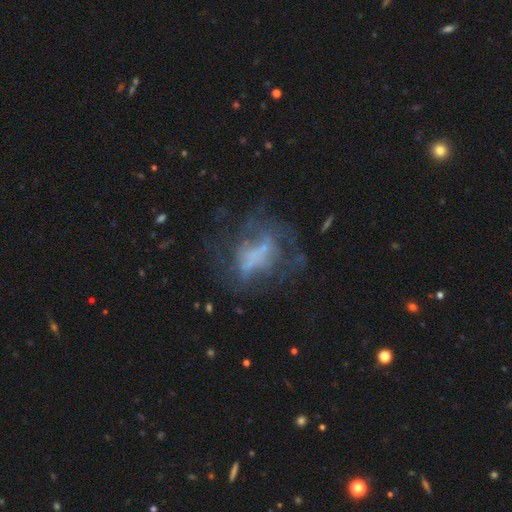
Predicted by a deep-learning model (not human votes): A featured or disk galaxy (60%) with no bar (72%), no spiral arms (76%) and no central bulge (58%). Merging: none (44%).